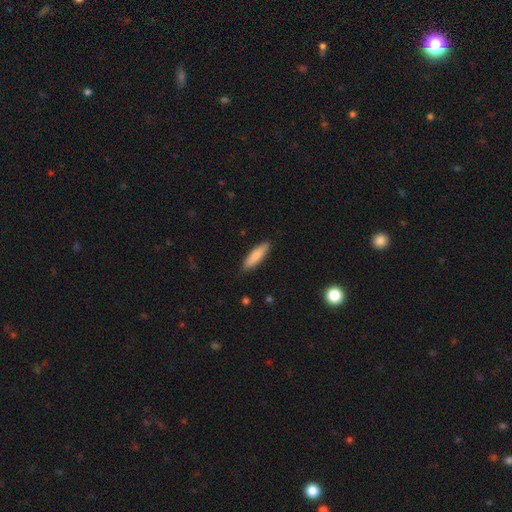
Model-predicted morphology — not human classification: Q: Smooth or featured?
A: smooth (84%); runner-up: featured or disk (10%)
Q: How rounded?
A: cigar-shaped (63%); runner-up: in between (35%)
Q: Merging?
A: none (87%); runner-up: minor disturbance (10%)